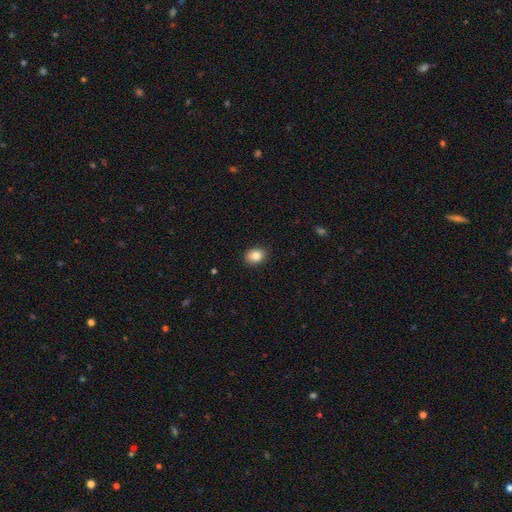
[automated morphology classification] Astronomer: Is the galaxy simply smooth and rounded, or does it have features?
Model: smooth — 84%.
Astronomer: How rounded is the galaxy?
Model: in between — 58% (runner-up: round, 41%).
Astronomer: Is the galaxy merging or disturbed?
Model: none — 88%.